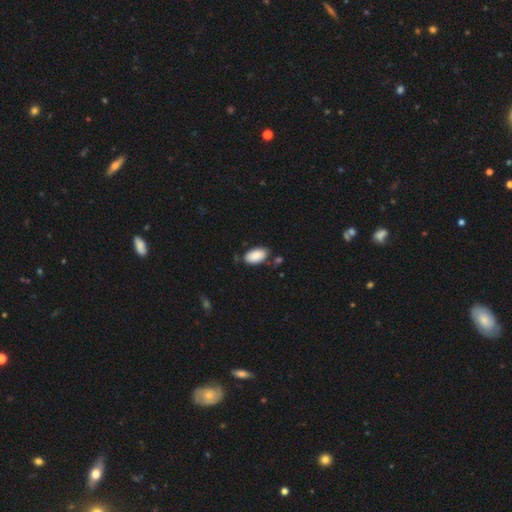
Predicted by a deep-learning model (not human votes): Q: Smooth or featured?
A: smooth (88%); runner-up: star or artifact (6%)
Q: How rounded?
A: in between (95%); runner-up: round (3%)
Q: Merging?
A: none (76%); runner-up: minor disturbance (16%)